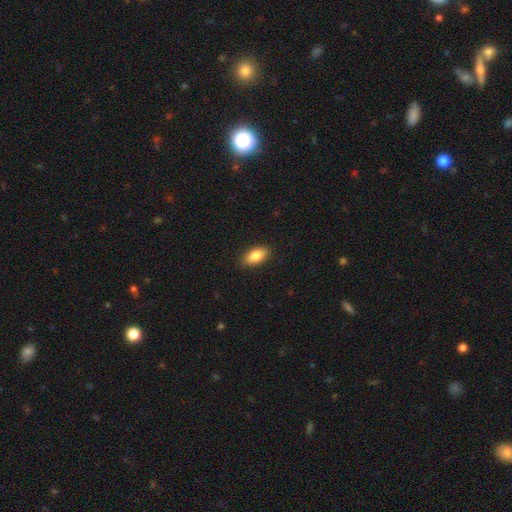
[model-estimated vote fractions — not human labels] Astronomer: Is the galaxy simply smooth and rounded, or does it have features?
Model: smooth — 84%.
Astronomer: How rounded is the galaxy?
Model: in between — 90%.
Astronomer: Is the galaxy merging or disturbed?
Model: none — 88%.